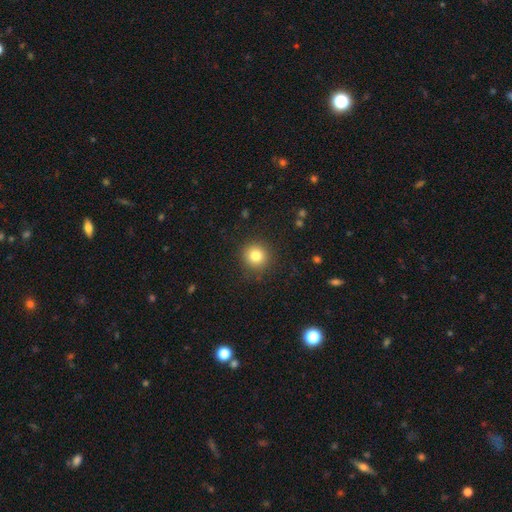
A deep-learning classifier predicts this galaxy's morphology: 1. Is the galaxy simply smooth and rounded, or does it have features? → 81% smooth, 11% star or artifact, 7% featured or disk.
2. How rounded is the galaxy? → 93% round, 6% in between, 1% cigar-shaped.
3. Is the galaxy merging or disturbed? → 89% none, 7% minor disturbance, 3% major disturbance, 1% merger.